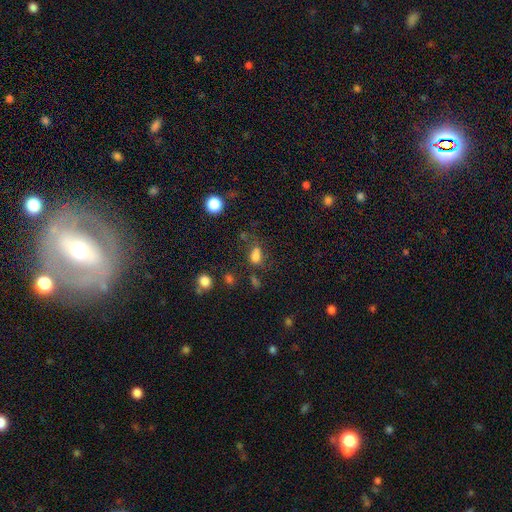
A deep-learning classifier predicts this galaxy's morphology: smooth 75%, star or artifact 16%, featured or disk 8%. Down the decision tree: how rounded — in between (76%); merging — none (53%).